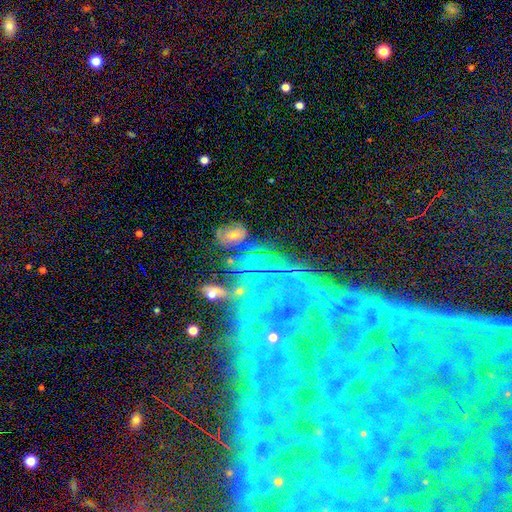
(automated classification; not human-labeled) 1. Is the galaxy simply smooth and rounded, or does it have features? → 46% star or artifact, 35% smooth, 19% featured or disk.